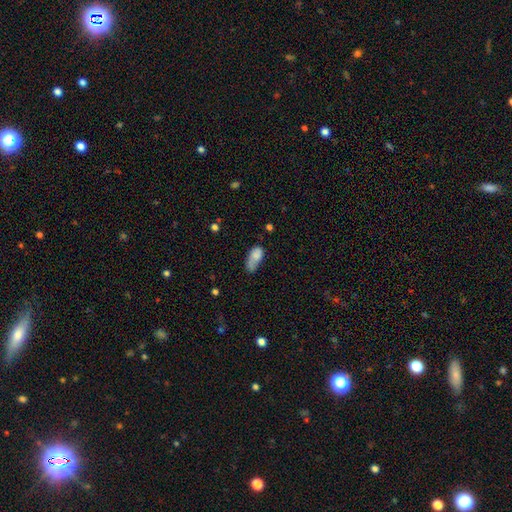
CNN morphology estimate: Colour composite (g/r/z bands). It shows a smooth galaxy with no disk features (75%) that is in between round and cigar-shaped (87%). Merging: none (31%).